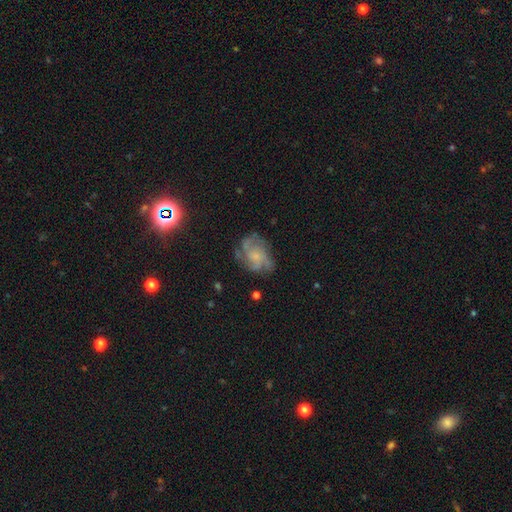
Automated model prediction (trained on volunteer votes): Q: Smooth or featured?
A: featured or disk (71%); runner-up: smooth (18%)
Q: Edge-on disk?
A: no (97%); runner-up: yes (3%)
Q: Bar?
A: no (75%); runner-up: weak (22%)
Q: Spiral arms?
A: yes (91%); runner-up: no (9%)
Q: Spiral winding?
A: medium (47%); runner-up: tight (34%)
Q: Spiral arm count?
A: 3 (33%); runner-up: can't tell (23%)
Q: Bulge size?
A: small (43%); runner-up: moderate (25%)
Q: Merging?
A: none (68%); runner-up: minor disturbance (19%)